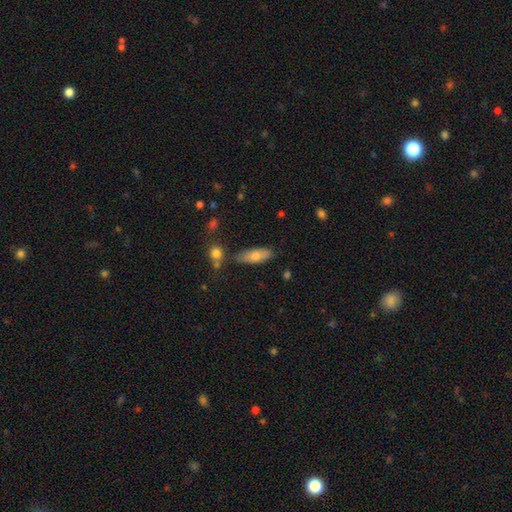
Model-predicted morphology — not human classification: Smooth or featured? smooth (70%)
How rounded? in between (63%)
Merging? none (79%)